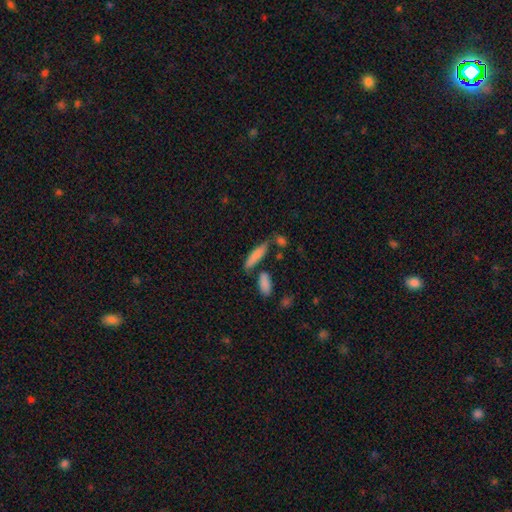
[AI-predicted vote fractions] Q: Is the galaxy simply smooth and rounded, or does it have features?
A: smooth — 78%.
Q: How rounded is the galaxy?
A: cigar-shaped — 70%.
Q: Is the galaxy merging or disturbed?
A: none — 66%.